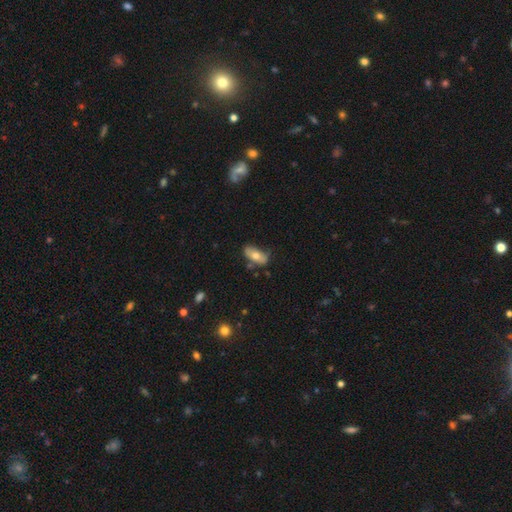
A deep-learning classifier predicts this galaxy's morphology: A smooth galaxy with no disk features (69%) that is in between round and cigar-shaped (87%).

Vote fractions:
- Smooth or featured? smooth: 69% / featured or disk: 23% / star or artifact: 7%
- How rounded? in between: 87% / cigar-shaped: 10% / round: 4%
- Merging? none: 65% / minor disturbance: 26% / major disturbance: 6% / merger: 4%